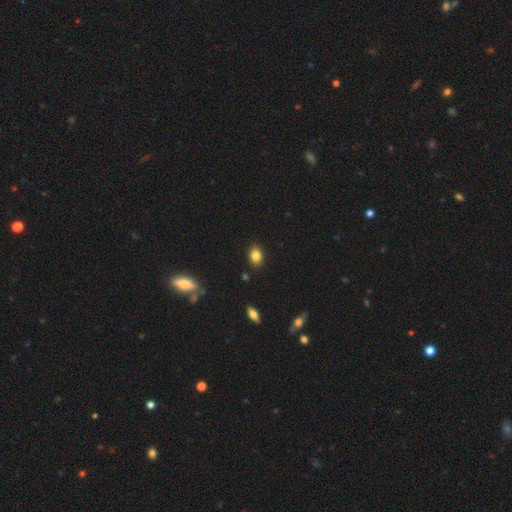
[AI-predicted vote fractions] A smooth galaxy with no disk features (84%) that is in between round and cigar-shaped (74%). Merging: none (88%).